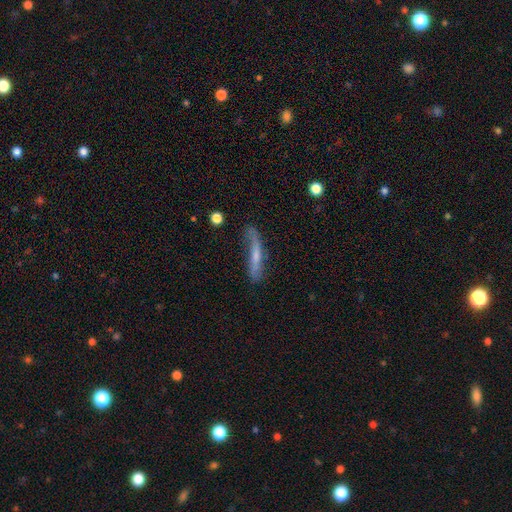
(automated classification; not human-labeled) Smooth or featured: featured or disk — 50% (smooth — 42%)
Edge-on disk: yes — 64% (no — 36%)
Merging: none — 56% (minor disturbance — 27%)